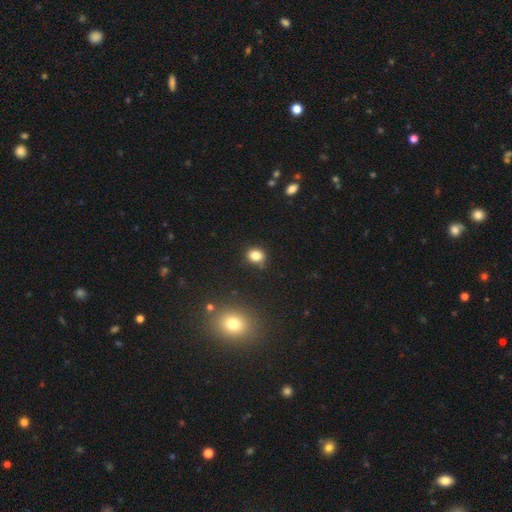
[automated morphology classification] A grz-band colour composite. It shows a smooth galaxy with no disk features (82%) that is round (62%). Merging: none (75%).